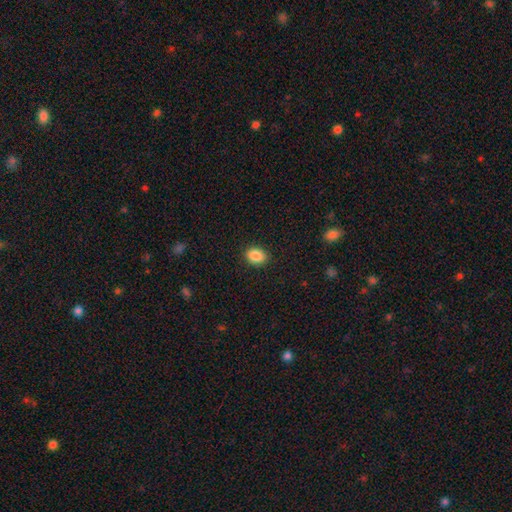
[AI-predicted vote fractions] Smooth or featured? smooth (87%)
How rounded? in between (64%)
Merging? none (89%)